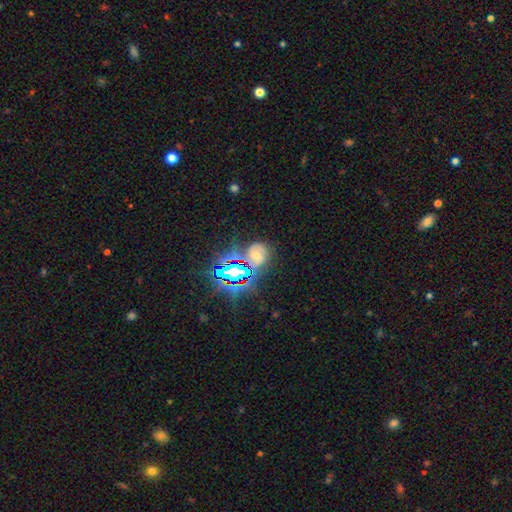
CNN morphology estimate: Smooth or featured?
  - star or artifact: 57% *
  - smooth: 22%
  - featured or disk: 21%